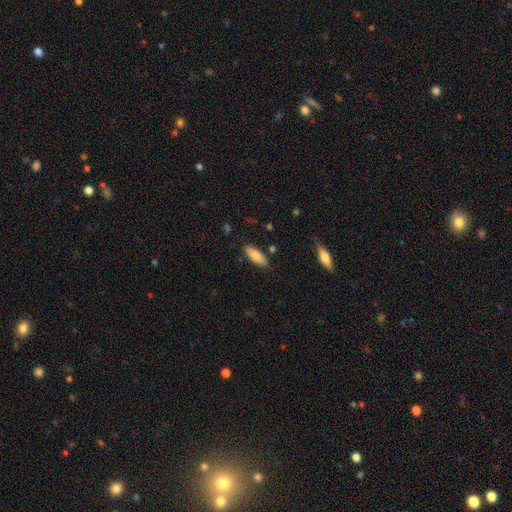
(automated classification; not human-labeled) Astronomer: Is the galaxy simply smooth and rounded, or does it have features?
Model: smooth — 81%.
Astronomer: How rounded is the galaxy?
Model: in between — 71%.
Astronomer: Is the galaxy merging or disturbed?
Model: none — 84%.